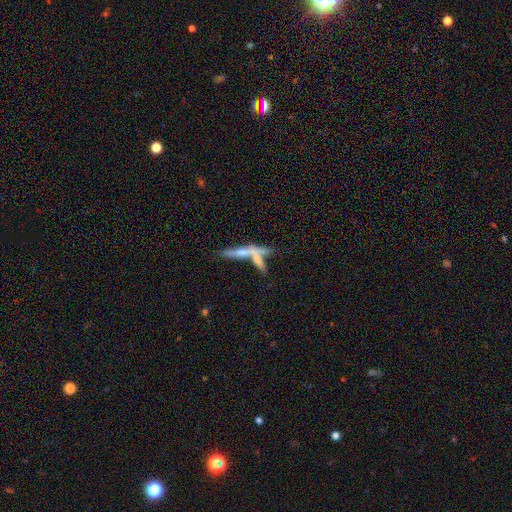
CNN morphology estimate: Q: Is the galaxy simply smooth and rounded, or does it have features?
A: featured or disk — 46%, tied with smooth.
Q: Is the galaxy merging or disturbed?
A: merger — 49%.